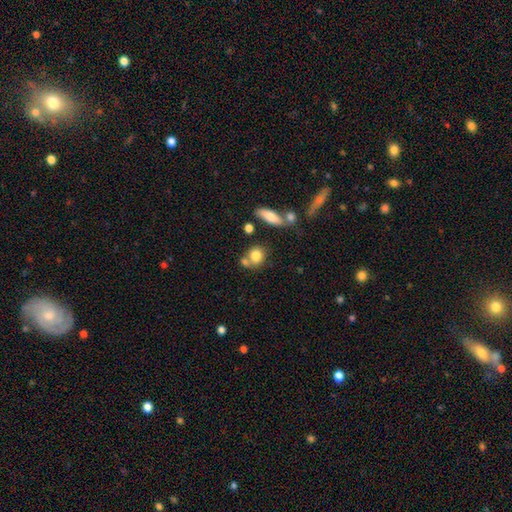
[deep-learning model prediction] smooth 79%, featured or disk 12%, star or artifact 9%. Down the decision tree: how rounded — round (61%); merging — none (49%).